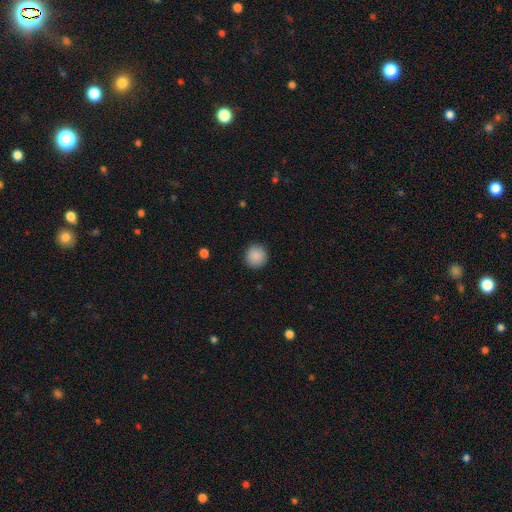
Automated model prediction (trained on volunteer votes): A smooth galaxy with no disk features (89%) that is round (95%). Merging: none (92%).